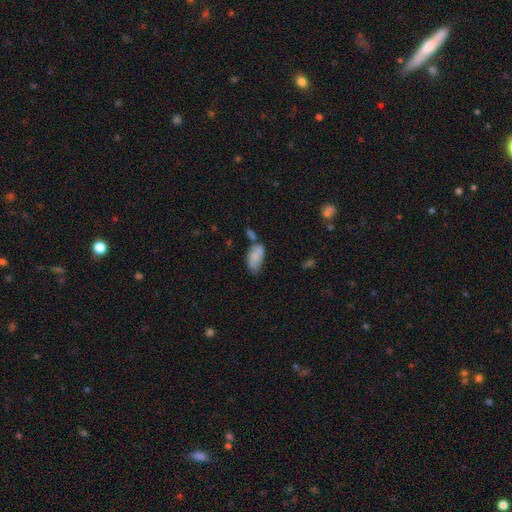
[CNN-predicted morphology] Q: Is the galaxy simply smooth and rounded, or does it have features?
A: smooth — 75%.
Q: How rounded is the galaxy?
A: in between — 93%.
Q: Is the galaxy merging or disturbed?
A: none — 43%.